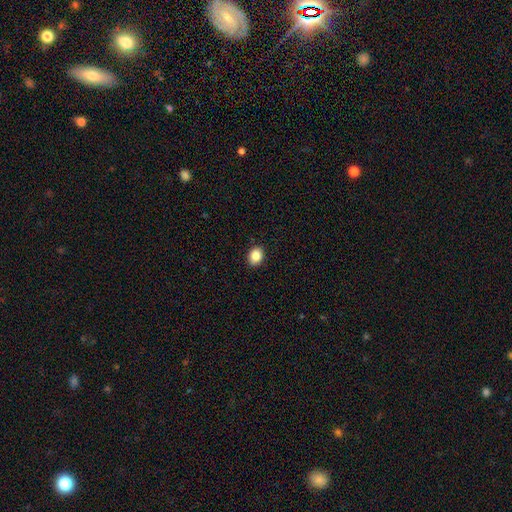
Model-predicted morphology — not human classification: This is clearly a smooth galaxy (87%). How rounded: possibly in between (52%). Merging: clearly none (90%).